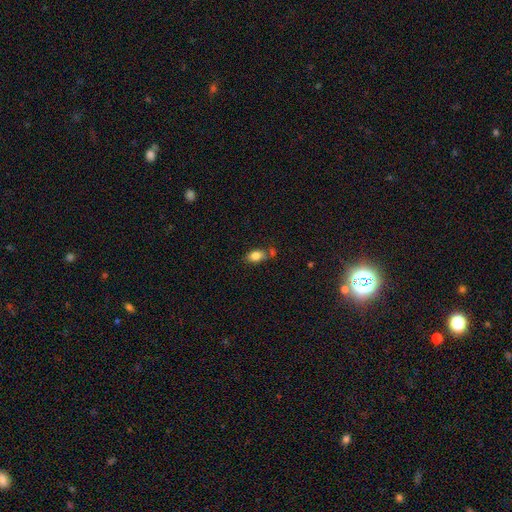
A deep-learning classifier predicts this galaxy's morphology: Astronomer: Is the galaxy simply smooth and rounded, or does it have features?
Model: smooth — 82%.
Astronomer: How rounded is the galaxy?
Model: in between — 83%.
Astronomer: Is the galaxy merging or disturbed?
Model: none — 58%.